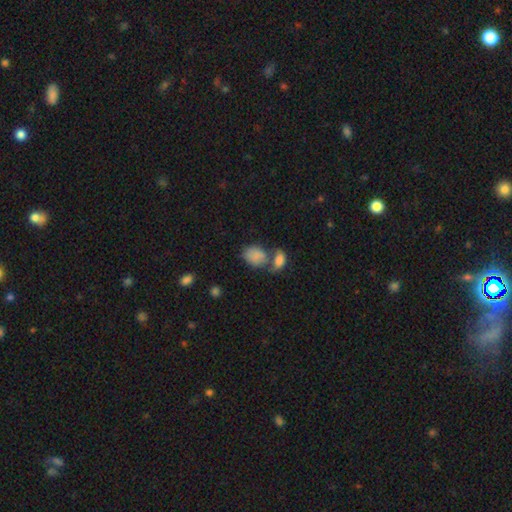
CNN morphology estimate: smooth 83%, featured or disk 9%, star or artifact 8%. Down the decision tree: how rounded — in between (76%); merging — merger (45%).